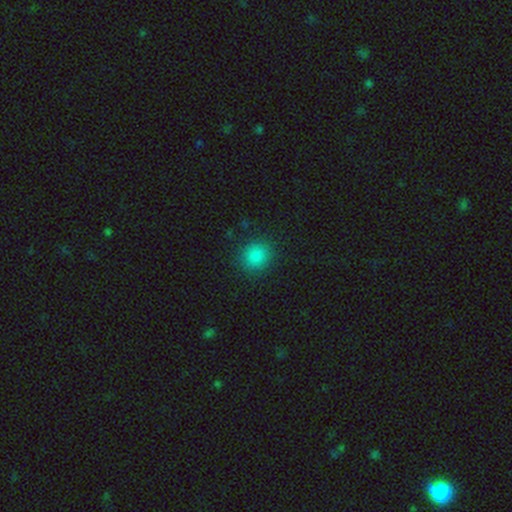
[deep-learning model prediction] A smooth galaxy with no disk features (85%) that is round (84%).

Vote fractions:
- Smooth or featured? smooth: 85% / star or artifact: 12% / featured or disk: 3%
- How rounded? round: 84% / in between: 15% / cigar-shaped: 1%
- Merging? none: 89% / minor disturbance: 7% / major disturbance: 2% / merger: 1%